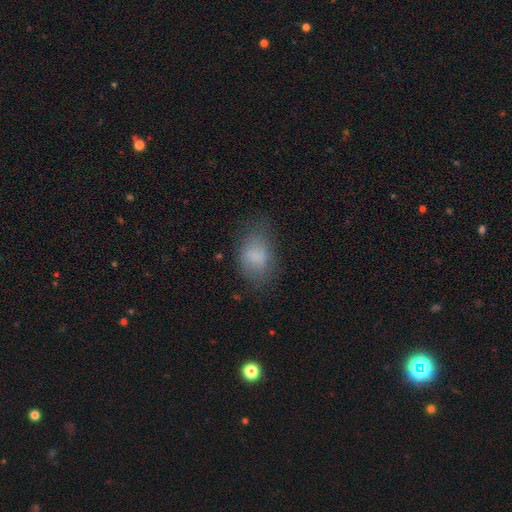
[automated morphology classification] This appears to be a smooth galaxy with no disk features (77%) that is in between round and cigar-shaped (81%). Merging: none (61%).